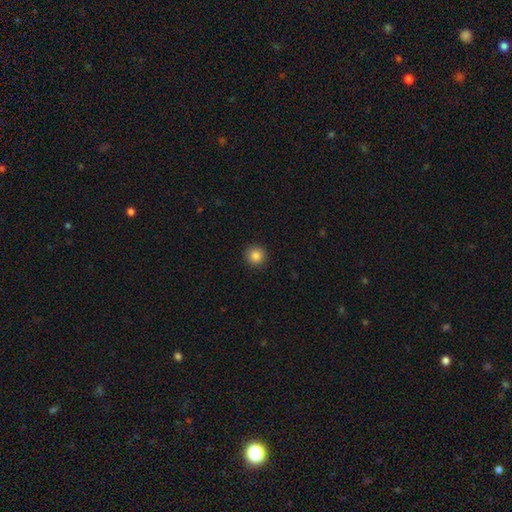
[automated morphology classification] A smooth galaxy with no disk features (86%) that is round (95%).

Vote fractions:
- Smooth or featured? smooth: 86% / star or artifact: 10% / featured or disk: 4%
- How rounded? round: 95% / in between: 4% / cigar-shaped: 1%
- Merging? none: 92% / minor disturbance: 5% / major disturbance: 2% / merger: 1%